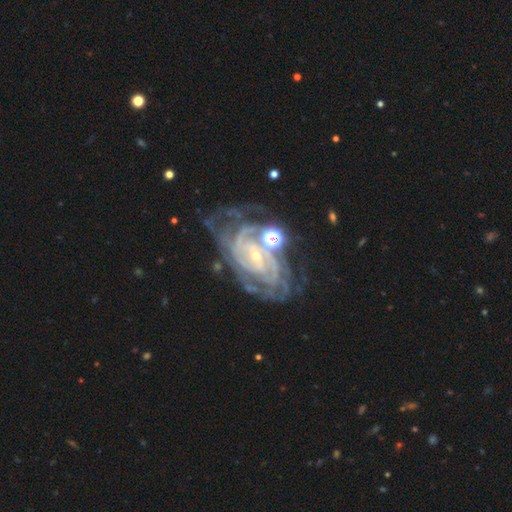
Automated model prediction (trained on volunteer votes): Smooth or featured? Predicted: featured or disk (p=0.89). Edge-on disk? Predicted: no (p=0.96). Bar? Predicted: no (p=0.44). Spiral arms? Predicted: yes (p=0.97). Spiral winding? Predicted: tight (p=0.73). Spiral arm count? Predicted: can't tell (p=0.30). Bulge size? Predicted: small (p=0.79). Merging? Predicted: none (p=0.56).